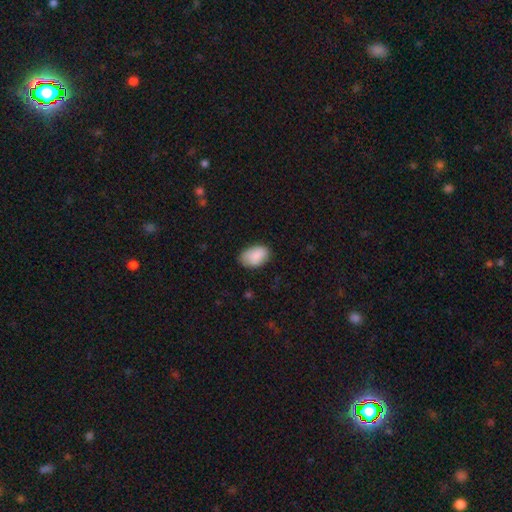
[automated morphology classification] smooth_or_featured: smooth (p=0.89) [alt: star or artifact p=0.06]
how_rounded: in between (p=0.90) [alt: round p=0.09]
merging: none (p=0.76) [alt: minor disturbance p=0.19]